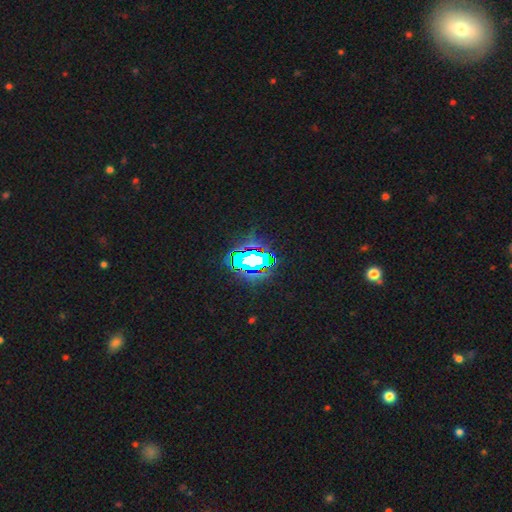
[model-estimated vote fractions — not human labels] This appears to be a star or artifact, not a galaxy (67%).